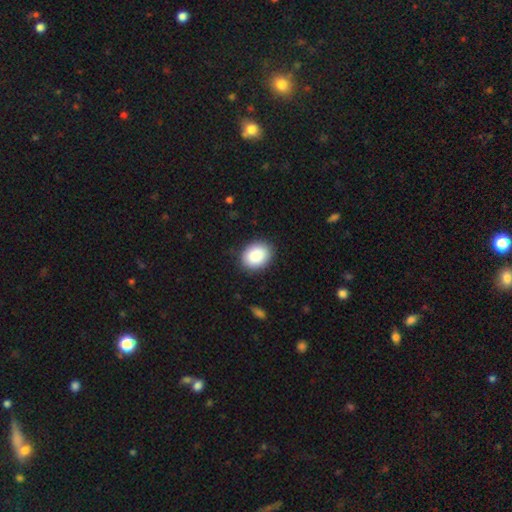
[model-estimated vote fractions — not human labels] A smooth galaxy with no disk features (88%) that is in between round and cigar-shaped (58%). Merging: none (89%).